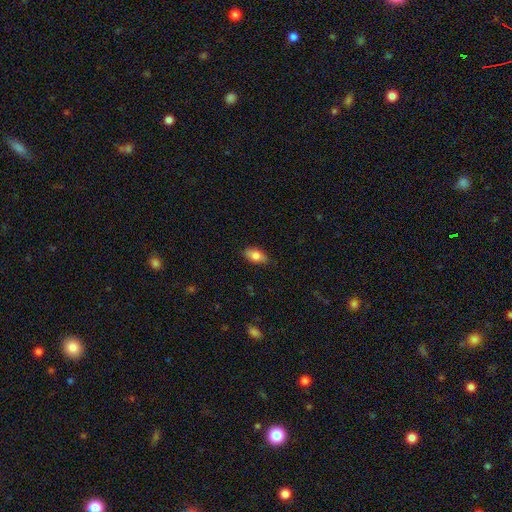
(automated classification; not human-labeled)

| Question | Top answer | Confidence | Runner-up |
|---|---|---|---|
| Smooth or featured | smooth | 80% | featured or disk (13%) |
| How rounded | in between | 90% | round (5%) |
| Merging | none | 84% | minor disturbance (13%) |